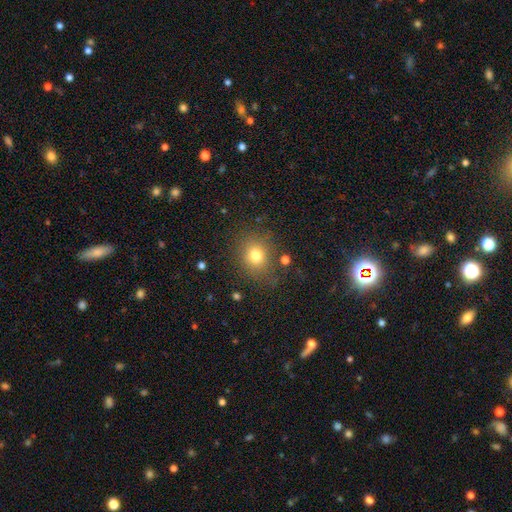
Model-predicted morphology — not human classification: Smooth or featured? Predicted: smooth (p=0.76). How rounded? Predicted: round (p=0.73). Merging? Predicted: none (p=0.78).